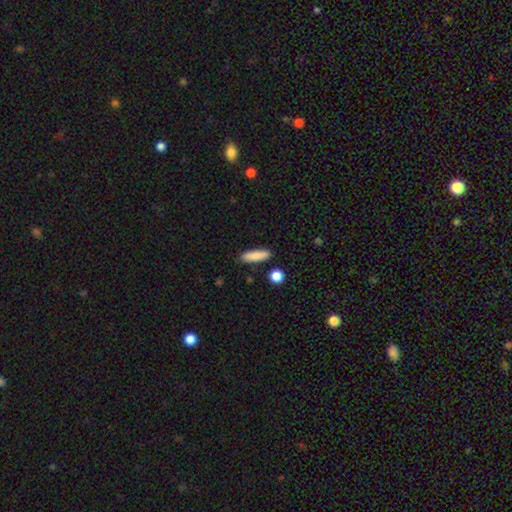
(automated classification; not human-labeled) smooth 86%, featured or disk 7%, star or artifact 7%. Down the decision tree: how rounded — cigar-shaped (65%); merging — none (87%).